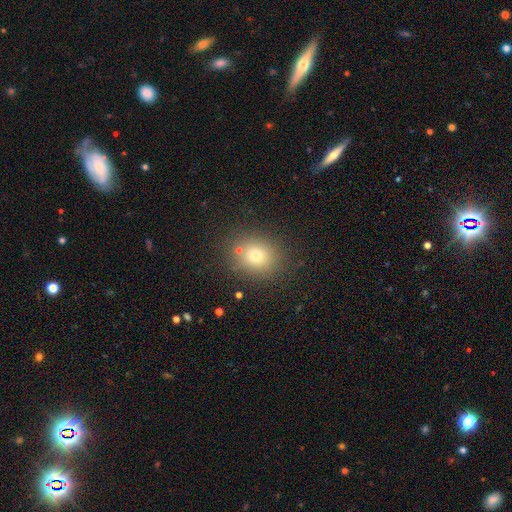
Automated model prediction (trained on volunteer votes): Q: Smooth or featured?
A: smooth (72%); runner-up: star or artifact (17%)
Q: How rounded?
A: round (71%); runner-up: in between (28%)
Q: Merging?
A: none (82%); runner-up: minor disturbance (9%)